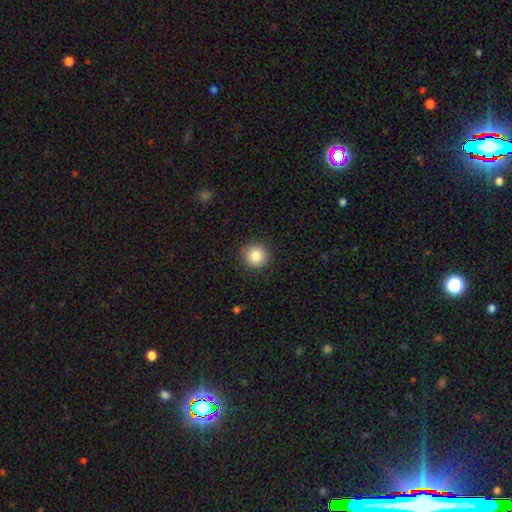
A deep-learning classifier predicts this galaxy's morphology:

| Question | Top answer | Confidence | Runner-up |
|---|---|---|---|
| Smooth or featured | smooth | 85% | star or artifact (10%) |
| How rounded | round | 94% | in between (5%) |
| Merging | none | 90% | minor disturbance (7%) |